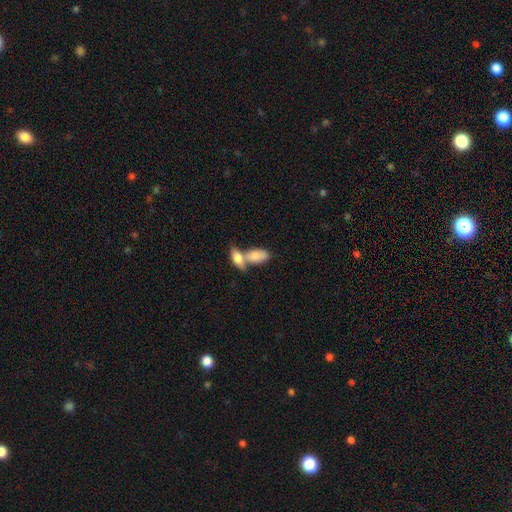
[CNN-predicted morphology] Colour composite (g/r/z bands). It shows a smooth galaxy with no disk features (79%) that is in between round and cigar-shaped (90%). Merging: merger (63%).